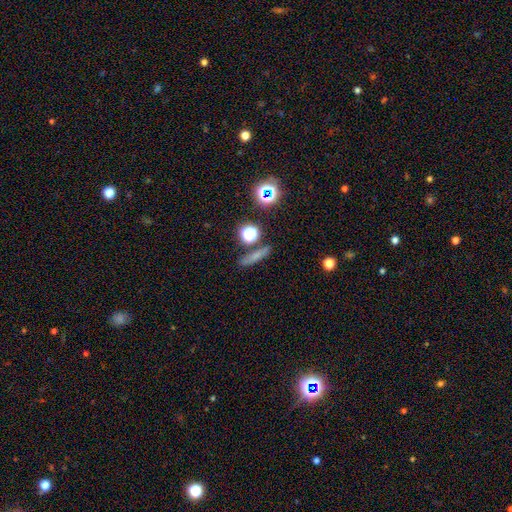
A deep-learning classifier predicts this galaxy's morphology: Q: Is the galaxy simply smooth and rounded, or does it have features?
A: smooth — 62%.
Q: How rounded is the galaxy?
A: cigar-shaped — 71%.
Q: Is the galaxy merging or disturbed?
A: none — 81%.